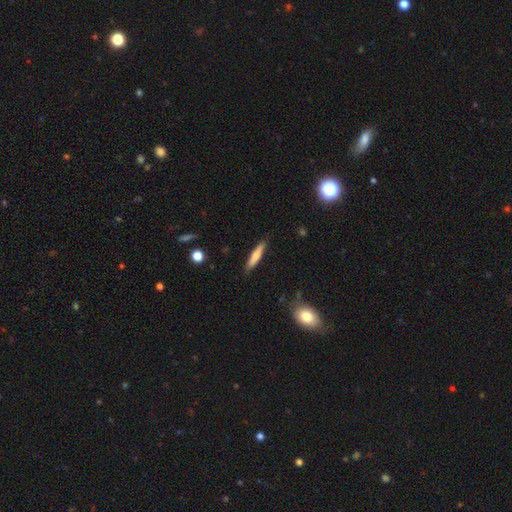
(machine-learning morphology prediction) Smooth or featured? smooth (68%)
How rounded? cigar-shaped (90%)
Merging? none (87%)